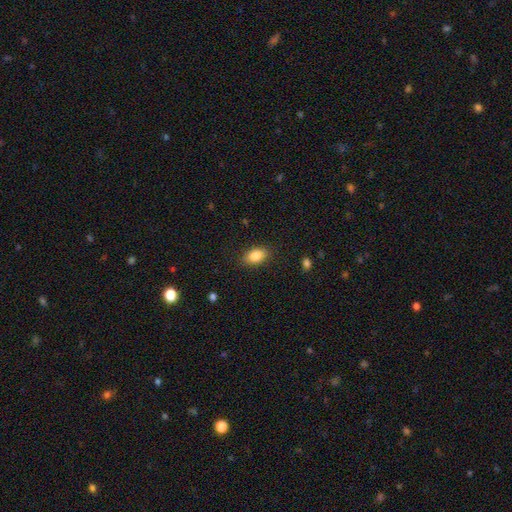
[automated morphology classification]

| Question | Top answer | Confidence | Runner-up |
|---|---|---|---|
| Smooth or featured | smooth | 87% | star or artifact (8%) |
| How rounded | in between | 89% | round (8%) |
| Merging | none | 86% | minor disturbance (10%) |